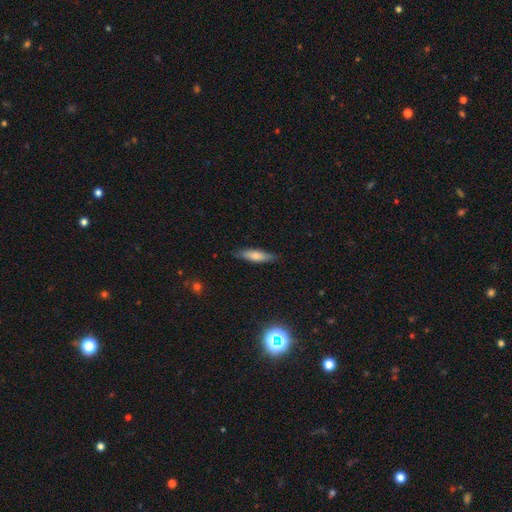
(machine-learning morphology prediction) A smooth galaxy with no disk features (73%) that is cigar-shaped (63%). Merging: none (83%).